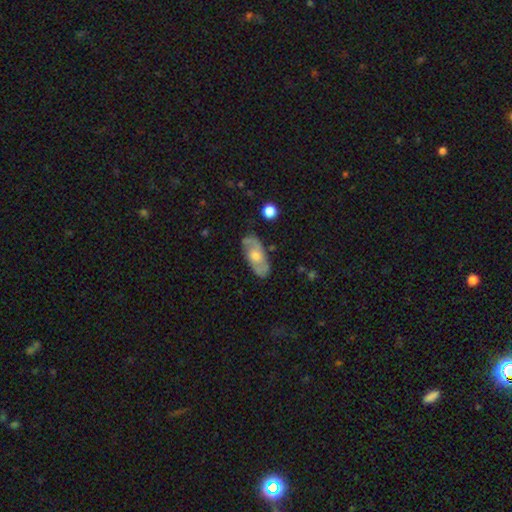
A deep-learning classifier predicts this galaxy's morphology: Smooth or featured: featured or disk — 59% (smooth — 35%)
Edge-on disk: no — 85% (yes — 15%)
Bar: no — 74% (weak — 22%)
Spiral arms: yes — 69% (no — 31%)
Bulge size: moderate — 64% (small — 22%)
Merging: none — 80% (minor disturbance — 15%)